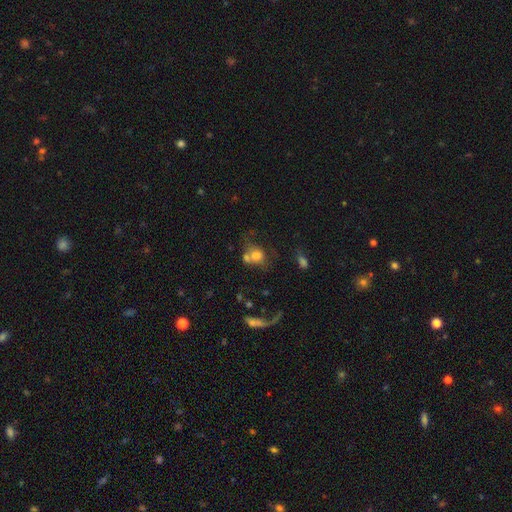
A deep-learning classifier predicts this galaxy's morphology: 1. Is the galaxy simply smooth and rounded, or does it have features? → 71% smooth, 18% featured or disk, 12% star or artifact.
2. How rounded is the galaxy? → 68% round, 31% in between, 1% cigar-shaped.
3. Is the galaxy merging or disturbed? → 37% merger, 36% none, 14% minor disturbance, 13% major disturbance.